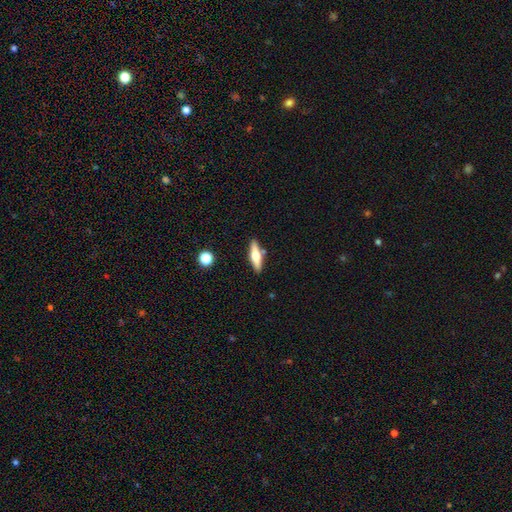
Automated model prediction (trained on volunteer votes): This appears to be a featured or disk galaxy (50%) viewed edge-on (93%). Merging: none (84%).